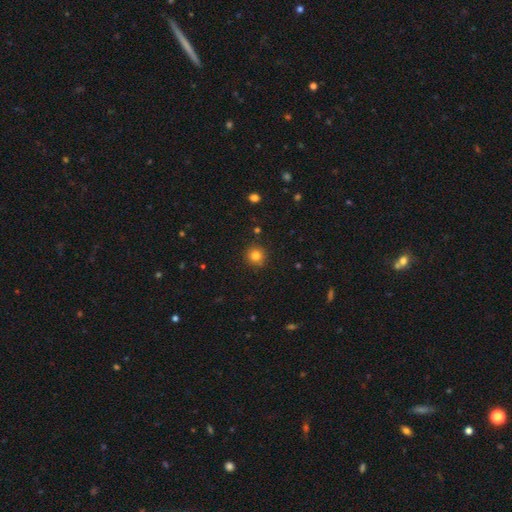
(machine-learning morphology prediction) The model was most divided on "smooth or featured": smooth: 81%, star or artifact: 13%, featured or disk: 6%. More confident: how rounded — round (94%); merging — none (90%).